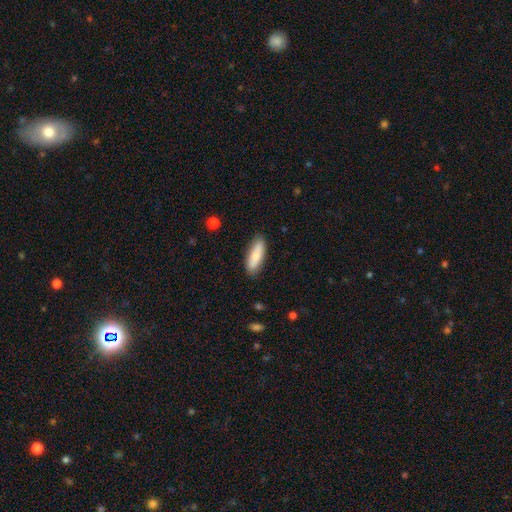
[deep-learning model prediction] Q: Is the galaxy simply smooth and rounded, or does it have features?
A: smooth — 80%.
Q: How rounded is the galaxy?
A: in between — 56%.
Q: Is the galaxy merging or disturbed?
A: none — 86%.